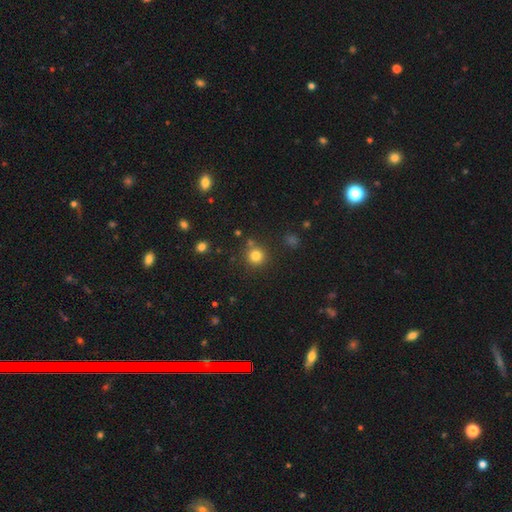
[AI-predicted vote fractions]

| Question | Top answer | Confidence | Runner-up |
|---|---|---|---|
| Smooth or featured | smooth | 81% | star or artifact (14%) |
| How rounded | round | 94% | in between (5%) |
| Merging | none | 82% | minor disturbance (8%) |